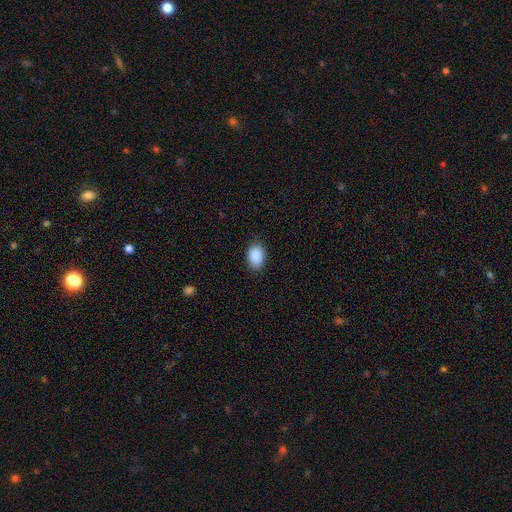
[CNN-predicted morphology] Smooth or featured?
  - smooth: 91% *
  - star or artifact: 7%
  - featured or disk: 3%
How rounded?
  - in between: 87% *
  - round: 12%
  - cigar-shaped: 1%
Merging?
  - none: 87% *
  - minor disturbance: 10%
  - major disturbance: 2%
  - merger: 1%